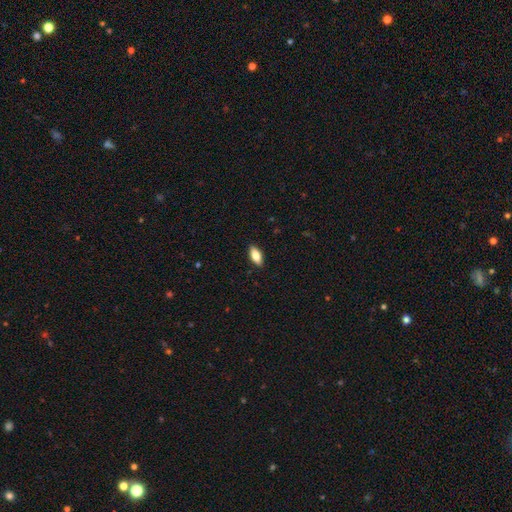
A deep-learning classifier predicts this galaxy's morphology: Q: Smooth or featured?
A: smooth (78%); runner-up: featured or disk (15%)
Q: How rounded?
A: in between (83%); runner-up: cigar-shaped (15%)
Q: Merging?
A: none (89%); runner-up: minor disturbance (8%)